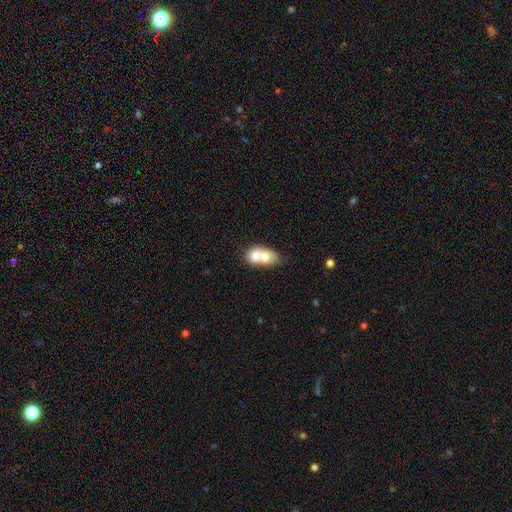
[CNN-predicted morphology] This is likely a smooth galaxy (67%). How rounded: likely in between (67%). Merging: likely merger (74%).